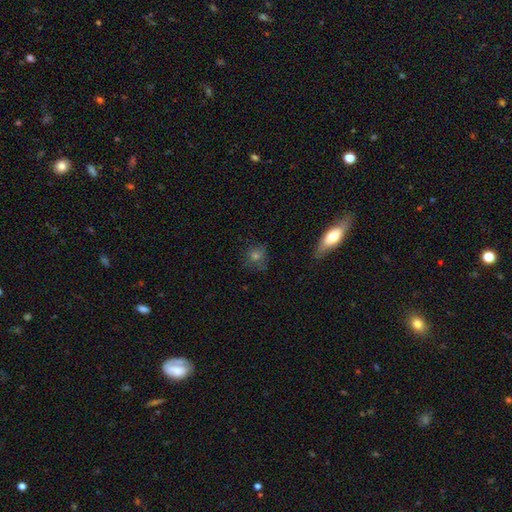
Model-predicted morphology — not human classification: Smooth or featured?
  - smooth: 62% *
  - featured or disk: 21%
  - star or artifact: 18%
How rounded?
  - round: 77% *
  - in between: 19%
  - cigar-shaped: 4%
Merging?
  - none: 76% *
  - minor disturbance: 16%
  - major disturbance: 6%
  - merger: 2%